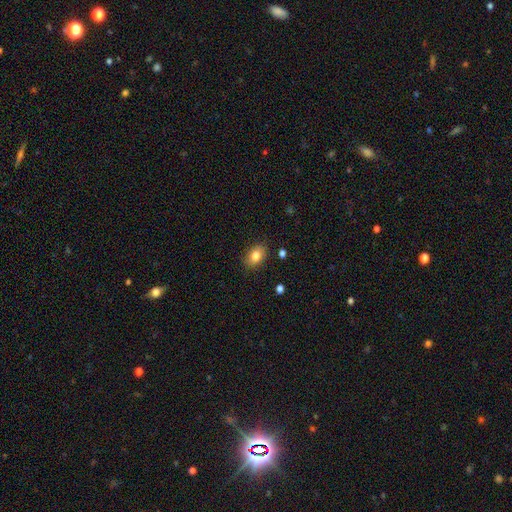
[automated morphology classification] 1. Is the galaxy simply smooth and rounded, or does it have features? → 81% smooth, 10% featured or disk, 9% star or artifact.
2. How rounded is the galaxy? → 80% in between, 18% round, 1% cigar-shaped.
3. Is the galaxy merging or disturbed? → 85% none, 11% minor disturbance, 2% major disturbance, 1% merger.